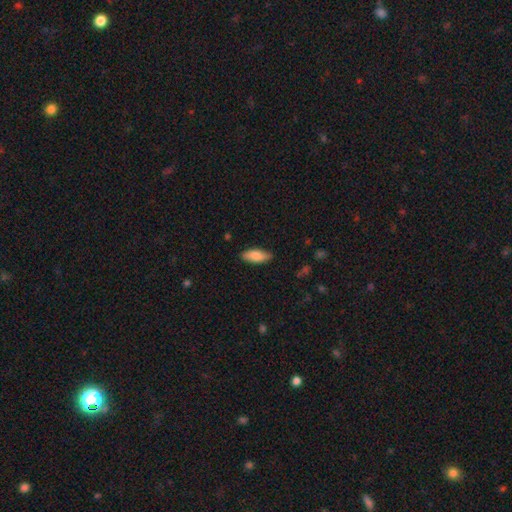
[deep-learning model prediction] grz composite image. It shows a smooth galaxy with no disk features (82%) that is in between round and cigar-shaped (76%). Merging: none (84%).